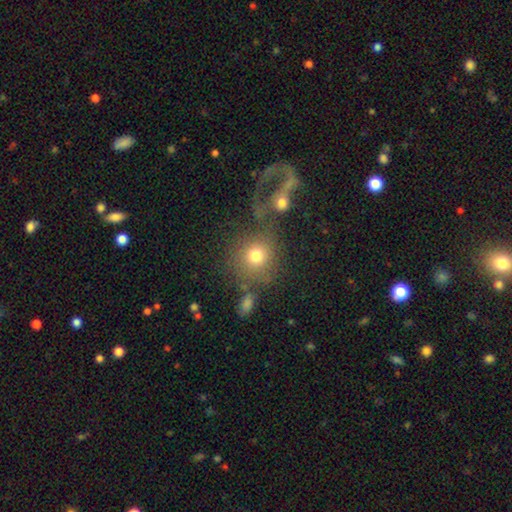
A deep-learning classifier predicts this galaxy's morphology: smooth 73%, featured or disk 13%, star or artifact 13%. Down the decision tree: how rounded — round (85%); merging — none (51%).